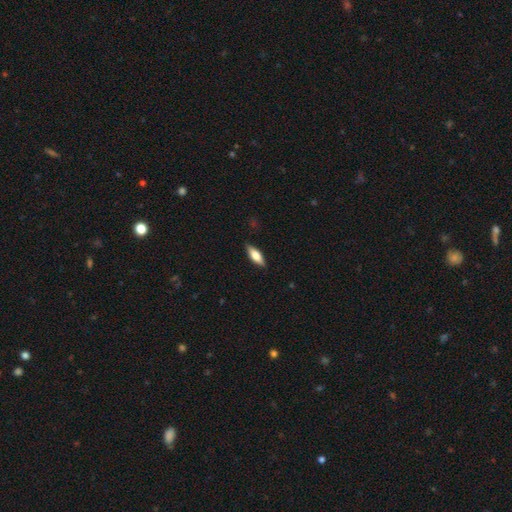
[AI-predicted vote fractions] Smooth or featured: smooth — 63% (featured or disk — 30%)
How rounded: in between — 61% (cigar-shaped — 37%)
Merging: none — 86% (minor disturbance — 11%)